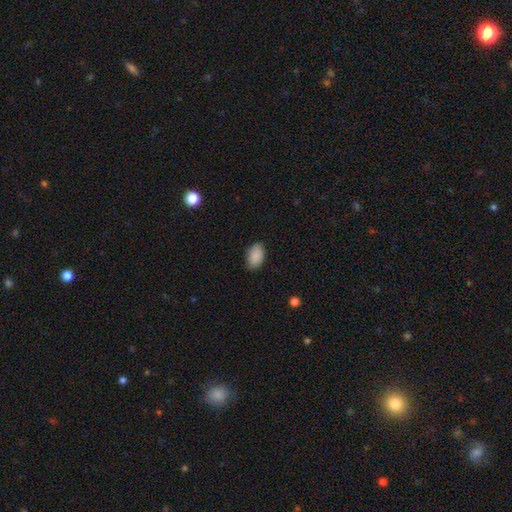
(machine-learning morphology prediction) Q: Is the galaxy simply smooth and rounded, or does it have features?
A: smooth — 89%.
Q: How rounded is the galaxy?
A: in between — 91%.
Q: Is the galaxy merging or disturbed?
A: none — 80%.